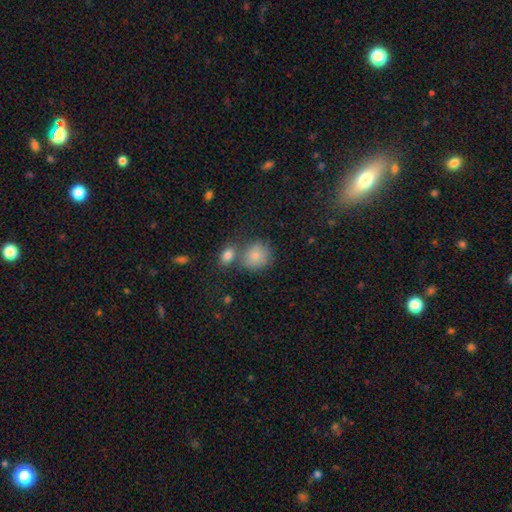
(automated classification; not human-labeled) smooth-or-featured: smooth: 83% | star or artifact: 9% | featured or disk: 8%
  how-rounded: round: 72% | in between: 27% | cigar-shaped: 1%
  merging: none: 54% | merger: 28% | minor disturbance: 13% | major disturbance: 5%